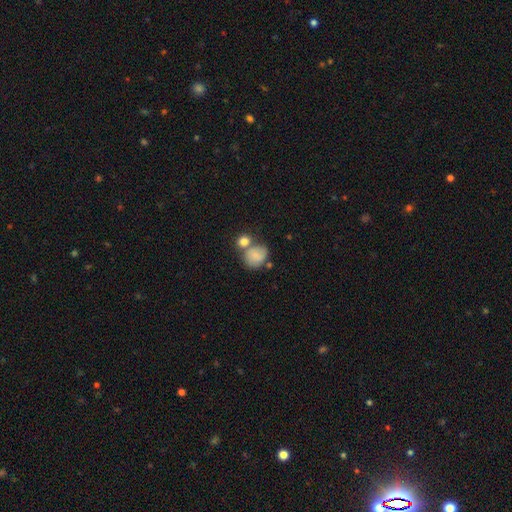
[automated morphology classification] smooth 79%, featured or disk 13%, star or artifact 9%. Down the decision tree: how rounded — round (70%); merging — none (42%).